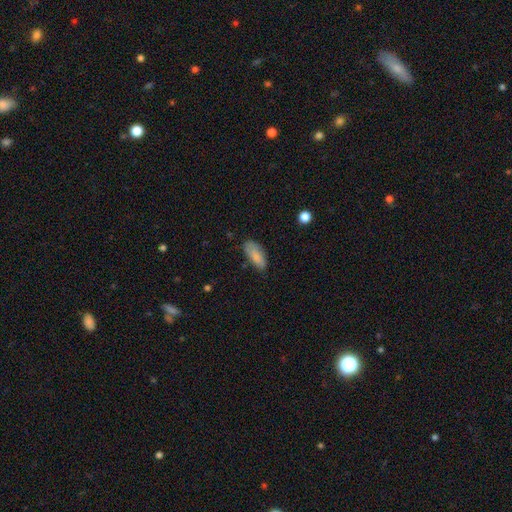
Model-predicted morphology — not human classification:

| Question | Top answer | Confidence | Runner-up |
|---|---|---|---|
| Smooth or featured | smooth | 81% | featured or disk (12%) |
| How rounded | in between | 84% | cigar-shaped (14%) |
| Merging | none | 66% | minor disturbance (26%) |